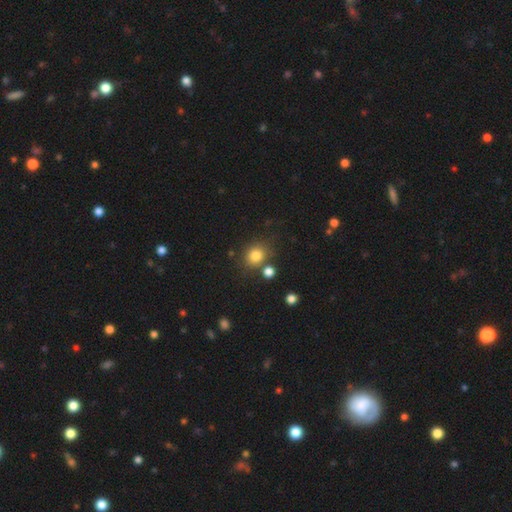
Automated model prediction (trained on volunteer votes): Smooth or featured? Predicted: smooth (p=0.81). How rounded? Predicted: round (p=0.74). Merging? Predicted: none (p=0.73).